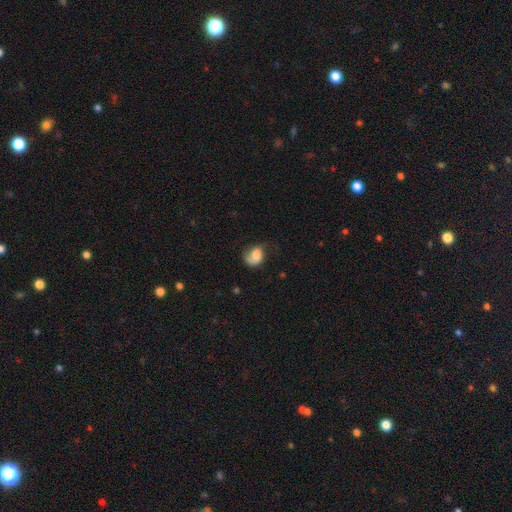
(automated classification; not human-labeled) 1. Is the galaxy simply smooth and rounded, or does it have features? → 57% smooth, 34% featured or disk, 9% star or artifact.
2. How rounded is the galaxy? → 59% in between, 40% round, 1% cigar-shaped.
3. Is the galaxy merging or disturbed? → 40% none, 31% minor disturbance, 26% major disturbance, 3% merger.